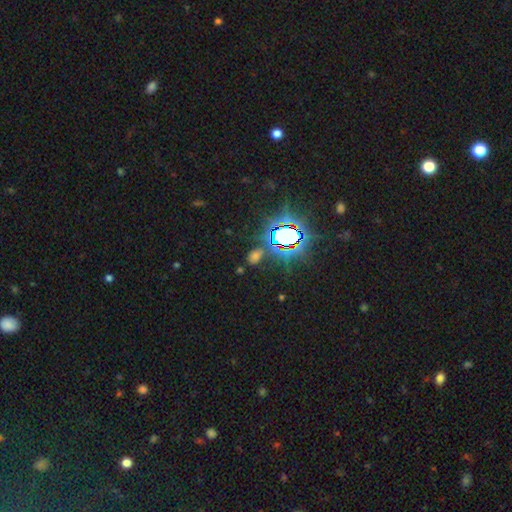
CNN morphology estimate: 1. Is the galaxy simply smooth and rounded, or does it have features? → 54% star or artifact, 38% smooth, 8% featured or disk.